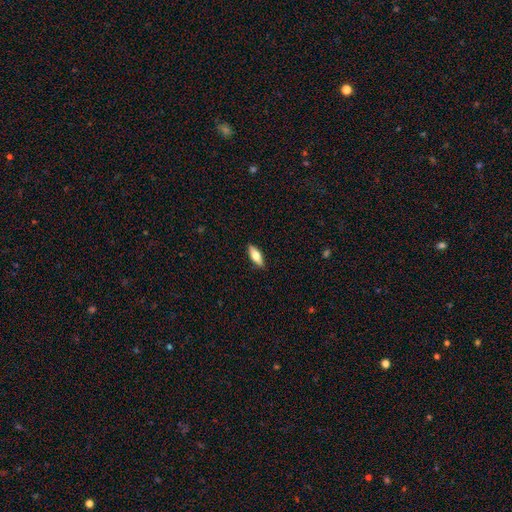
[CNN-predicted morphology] smooth 63%, featured or disk 31%, star or artifact 6%. Down the decision tree: how rounded — in between (65%); merging — none (89%).